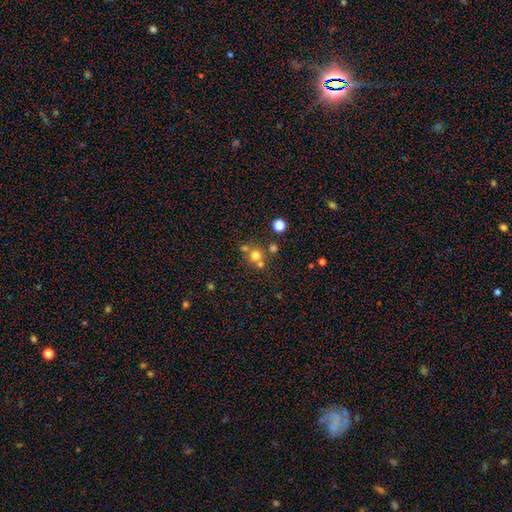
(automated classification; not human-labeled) A smooth galaxy with no disk features (67%) that is round (90%). Merging: none (58%).